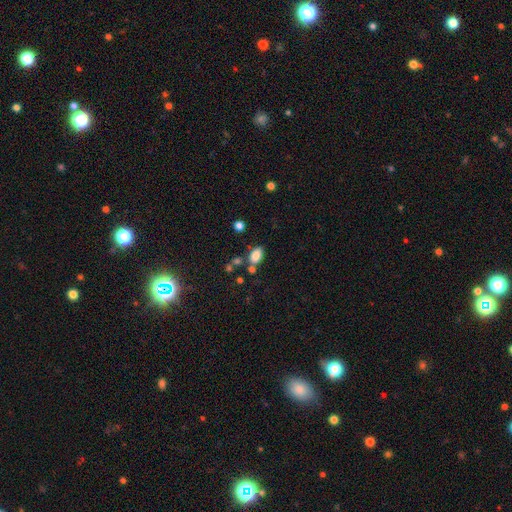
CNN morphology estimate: The model was most divided on "merging": none: 66%, minor disturbance: 16%, merger: 13%, major disturbance: 5%. More confident: how rounded — in between (89%); smooth or featured — smooth (84%).